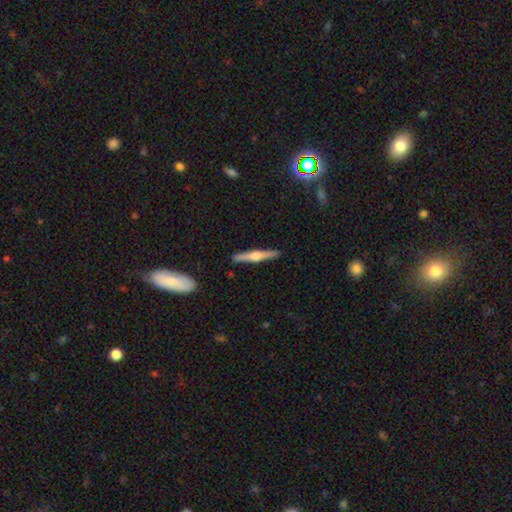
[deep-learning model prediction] smooth_or_featured: featured or disk (p=0.69) [alt: smooth p=0.26]
disk_edge_on: yes (p=0.98) [alt: no p=0.02]
edge_on_bulge: rounded (p=0.92) [alt: boxy p=0.05]
merging: none (p=0.91) [alt: minor disturbance p=0.06]